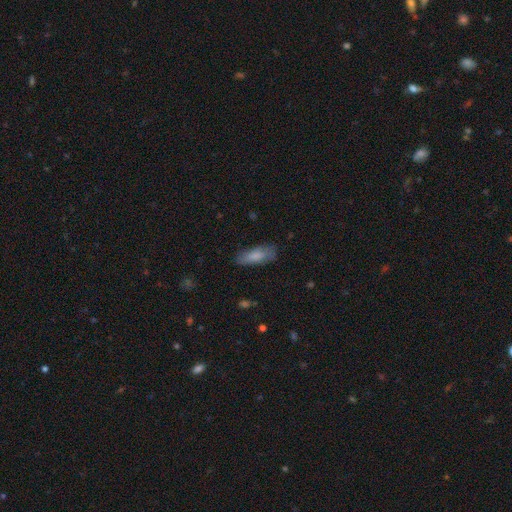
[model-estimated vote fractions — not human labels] Smooth or featured? Predicted: smooth (p=0.79). How rounded? Predicted: in between (p=0.66). Merging? Predicted: none (p=0.74).